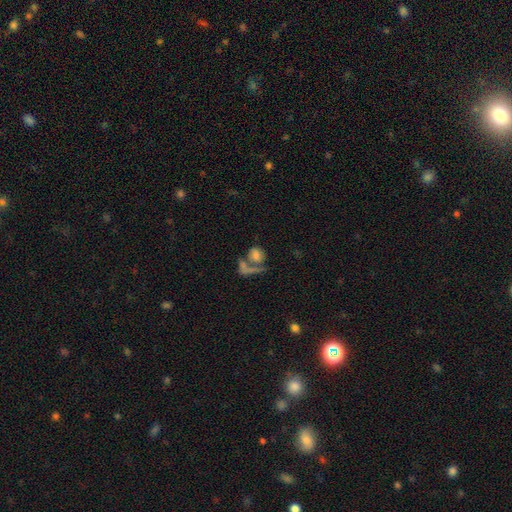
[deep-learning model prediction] A smooth galaxy with no disk features (66%) that is in between round and cigar-shaped (49%).

Vote fractions:
- Smooth or featured? smooth: 66% / featured or disk: 22% / star or artifact: 12%
- How rounded? in between: 49% / round: 47% / cigar-shaped: 4%
- Merging? merger: 46% / none: 32% / major disturbance: 13% / minor disturbance: 9%